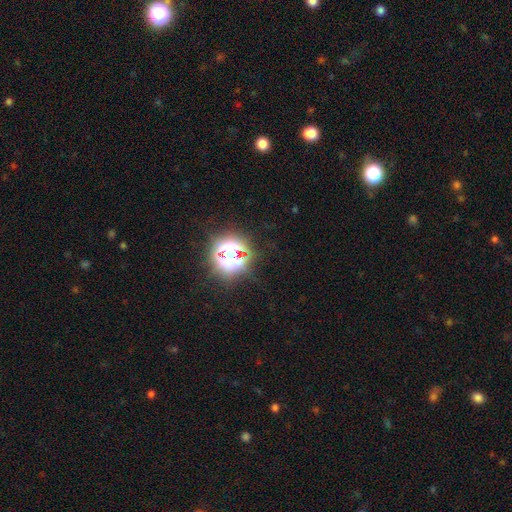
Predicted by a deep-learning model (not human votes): This appears to be a star or artifact, not a galaxy (81%).